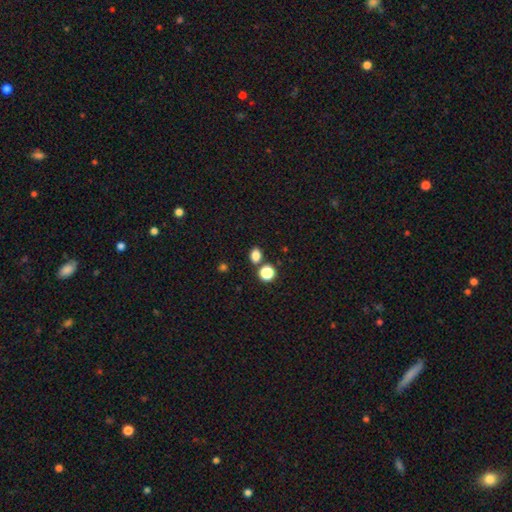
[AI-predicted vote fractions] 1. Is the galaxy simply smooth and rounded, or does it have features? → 81% smooth, 14% star or artifact, 5% featured or disk.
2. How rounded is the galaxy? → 60% in between, 39% round, 1% cigar-shaped.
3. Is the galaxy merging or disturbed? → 76% none, 11% merger, 10% minor disturbance, 3% major disturbance.